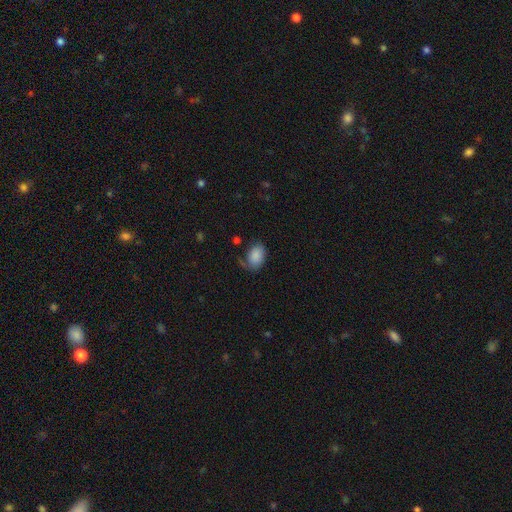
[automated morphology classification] A smooth galaxy with no disk features (84%) that is in between round and cigar-shaped (85%).

Vote fractions:
- Smooth or featured? smooth: 84% / featured or disk: 8% / star or artifact: 7%
- How rounded? in between: 85% / round: 14% / cigar-shaped: 1%
- Merging? none: 58% / minor disturbance: 25% / major disturbance: 13% / merger: 4%